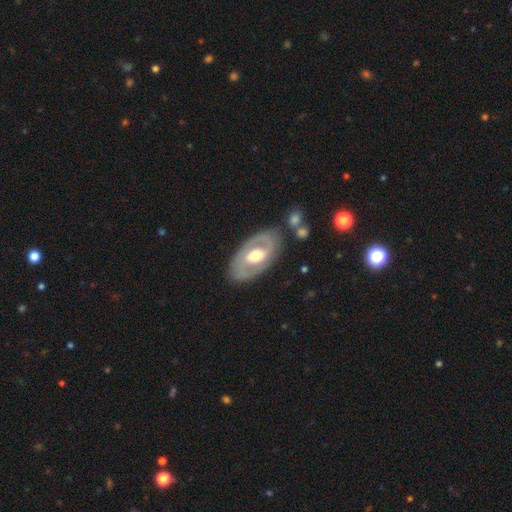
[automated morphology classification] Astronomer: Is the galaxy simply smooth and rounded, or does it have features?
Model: featured or disk — 71%.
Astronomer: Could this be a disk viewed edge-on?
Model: no — 92%.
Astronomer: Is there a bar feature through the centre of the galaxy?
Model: no — 46% (runner-up: weak, 35%).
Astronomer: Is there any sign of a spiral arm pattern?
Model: no — 51% (runner-up: yes, 49%).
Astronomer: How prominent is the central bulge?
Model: moderate — 68%.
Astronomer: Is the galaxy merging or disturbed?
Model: none — 78%.